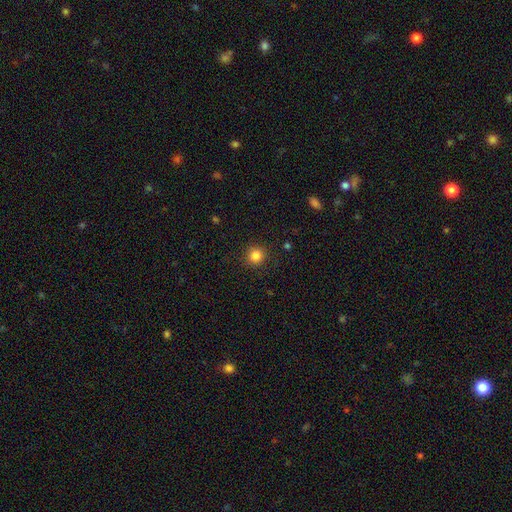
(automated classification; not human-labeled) Morphology: type=smooth (84%); roundness=round (93%); merging=none (90%).